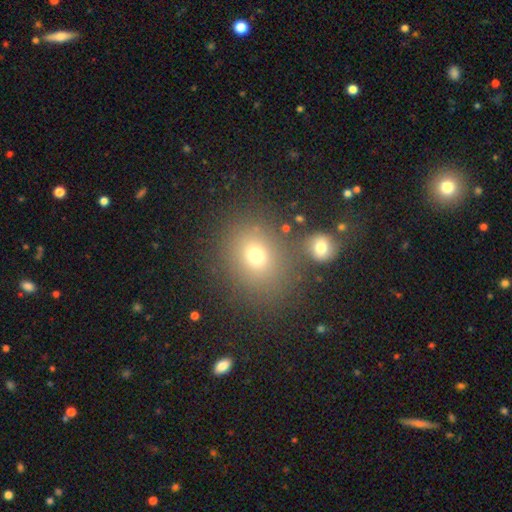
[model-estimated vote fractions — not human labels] Smooth or featured? smooth (71%)
How rounded? round (66%)
Merging? none (71%)